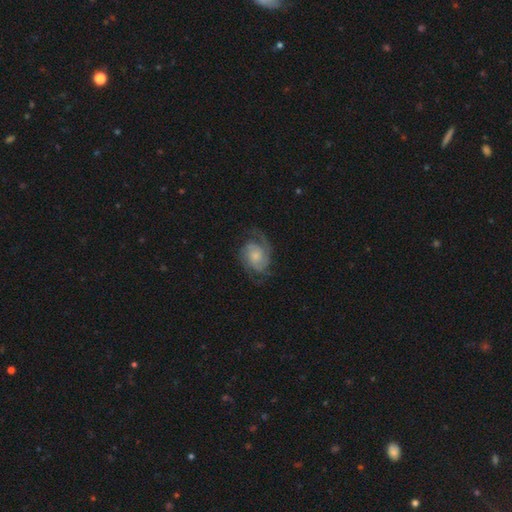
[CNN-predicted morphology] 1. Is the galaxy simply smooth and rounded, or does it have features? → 82% featured or disk, 13% smooth, 6% star or artifact.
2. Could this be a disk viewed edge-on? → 98% no, 2% yes.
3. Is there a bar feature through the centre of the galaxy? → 69% no, 27% weak, 4% strong.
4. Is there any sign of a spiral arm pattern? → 96% yes, 4% no.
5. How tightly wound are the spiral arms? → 46% medium, 38% tight, 16% loose.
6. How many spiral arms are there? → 68% 2, 12% 3, 10% can't tell, 4% 1, 3% 4, 3% more than 4.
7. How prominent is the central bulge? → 44% small, 33% moderate, 13% none, 8% large, 2% dominant.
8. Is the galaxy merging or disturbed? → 69% none, 18% minor disturbance, 12% major disturbance, 1% merger.